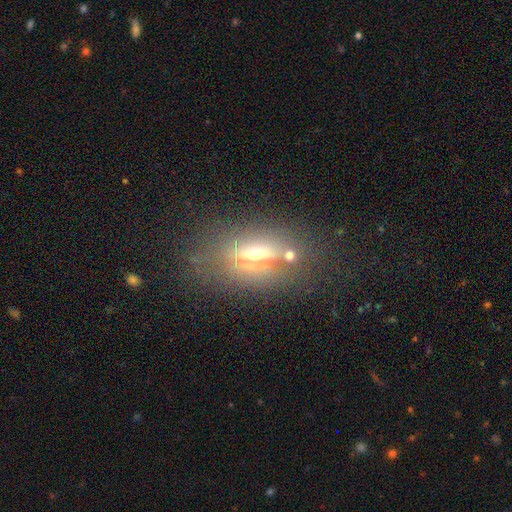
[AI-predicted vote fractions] featured or disk 51%, smooth 33%, star or artifact 16%. Down the decision tree: edge-on disk — yes (65%); merging — none (60%).